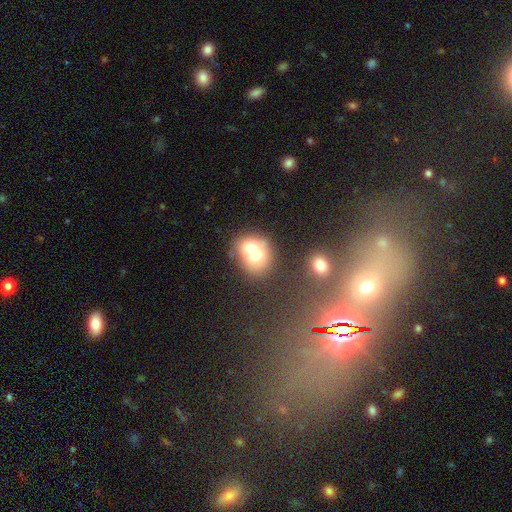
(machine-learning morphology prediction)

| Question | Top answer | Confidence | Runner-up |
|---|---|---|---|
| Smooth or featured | smooth | 64% | featured or disk (26%) |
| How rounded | round | 66% | in between (33%) |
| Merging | merger | 68% | none (22%) |